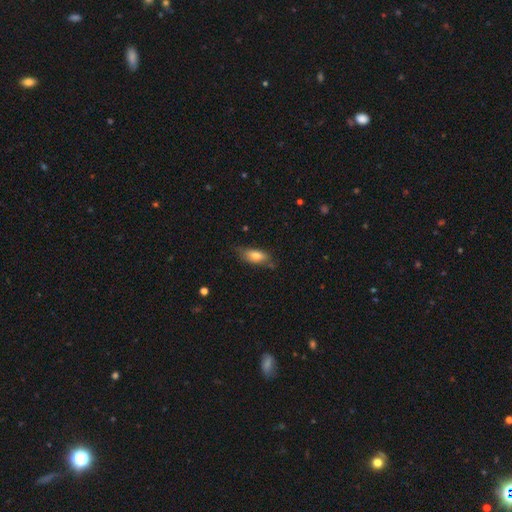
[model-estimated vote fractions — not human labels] smooth 72%, featured or disk 21%, star or artifact 7%. Down the decision tree: how rounded — in between (75%); merging — none (64%).